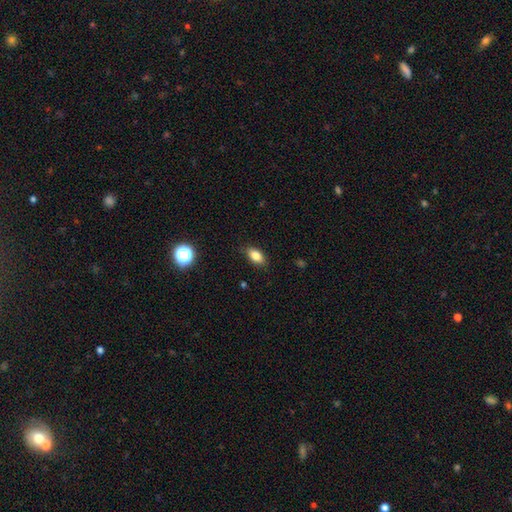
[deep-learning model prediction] Q: Smooth or featured?
A: smooth (83%); runner-up: star or artifact (9%)
Q: How rounded?
A: in between (87%); runner-up: round (9%)
Q: Merging?
A: none (84%); runner-up: minor disturbance (12%)